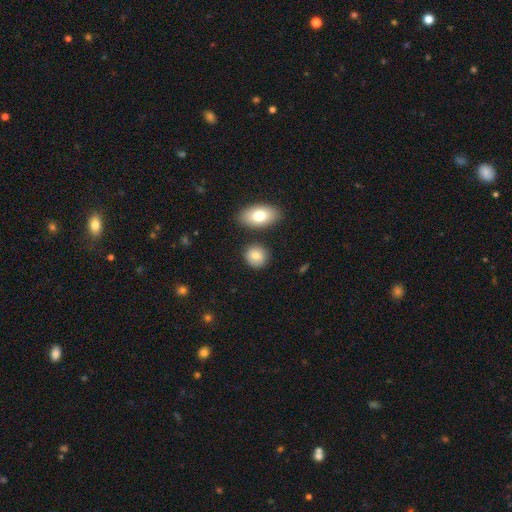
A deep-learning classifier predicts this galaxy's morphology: This appears to be a smooth galaxy with no disk features (81%) that is round (75%). Merging: none (82%).